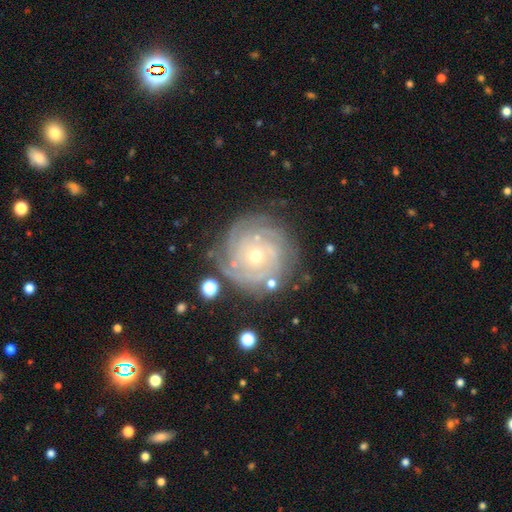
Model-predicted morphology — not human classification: The model was most divided on "spiral arm count": can't tell: 26%, 3: 23%, 4: 23%, more than 4: 12%, 2: 11%, 1: 6%. More confident: edge-on disk — no (98%); spiral arms — yes (97%); smooth or featured — featured or disk (86%); spiral winding — tight (81%); bar — no (80%); merging — none (79%); bulge size — small (55%).